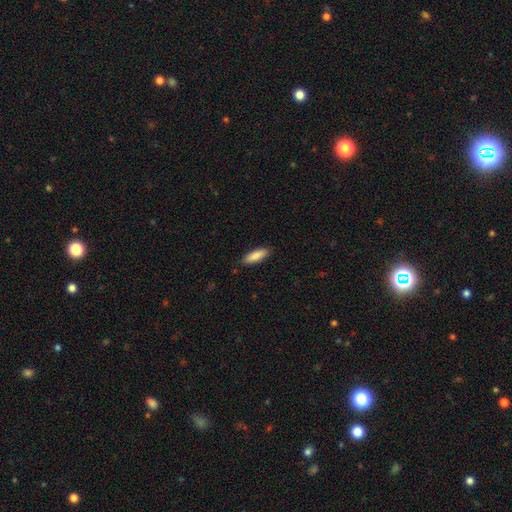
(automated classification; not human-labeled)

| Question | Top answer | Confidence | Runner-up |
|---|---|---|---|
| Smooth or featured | smooth | 86% | featured or disk (9%) |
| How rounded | in between | 54% | cigar-shaped (45%) |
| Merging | none | 88% | minor disturbance (9%) |